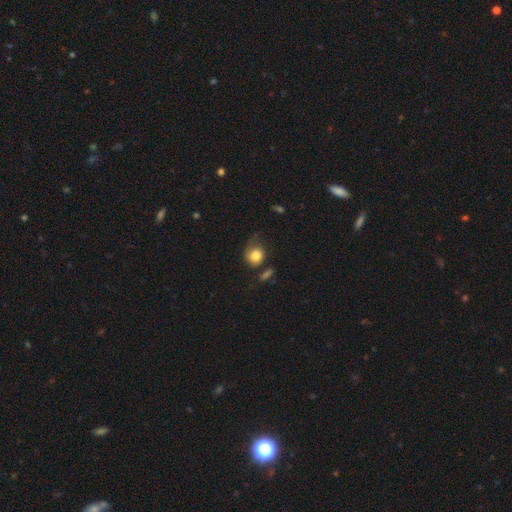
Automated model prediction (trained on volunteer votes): Smooth or featured: smooth — 77% (featured or disk — 14%)
How rounded: round — 70% (in between — 29%)
Merging: none — 39% (minor disturbance — 29%)